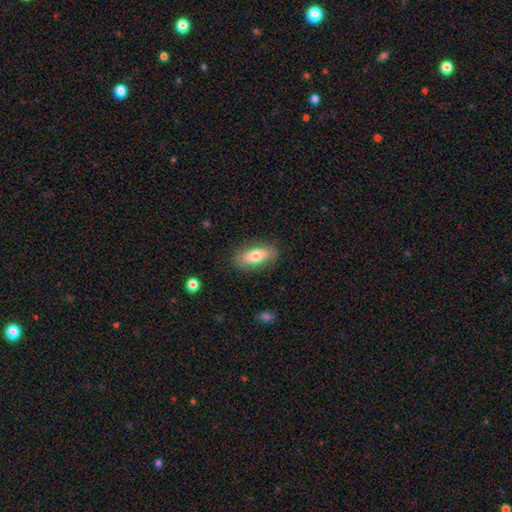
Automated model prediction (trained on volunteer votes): Morphology: type=smooth (72%); roundness=in between (83%); merging=none (84%).